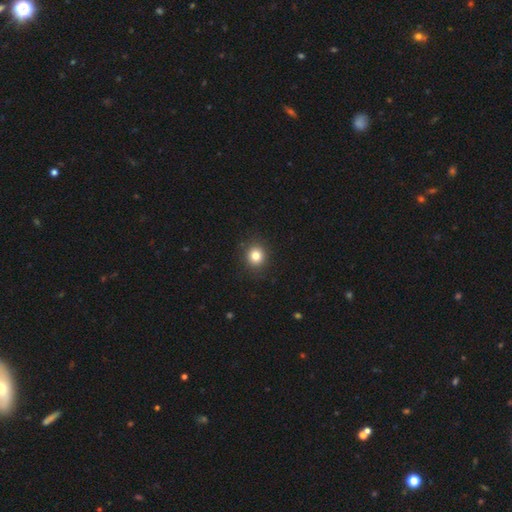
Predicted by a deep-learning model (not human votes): This appears to be a smooth galaxy with no disk features (82%) that is round (83%). Merging: none (90%).